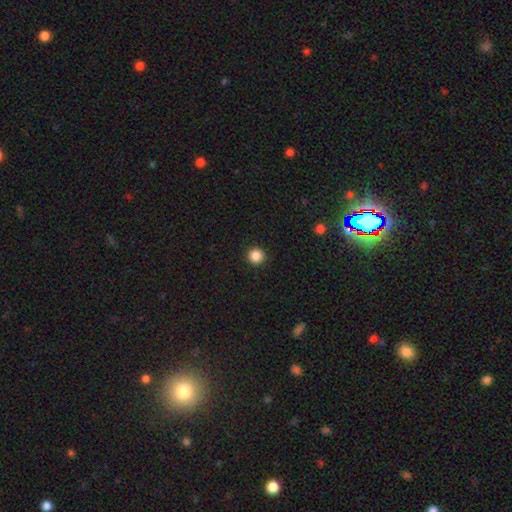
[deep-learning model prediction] This is clearly a smooth galaxy (87%). How rounded: clearly round (96%). Merging: clearly none (93%).